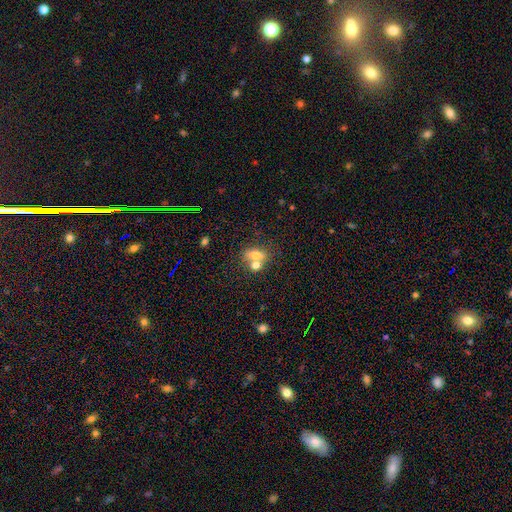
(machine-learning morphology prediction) This is likely a smooth galaxy (71%). How rounded: likely in between (71%). Merging: possibly merger (52%).